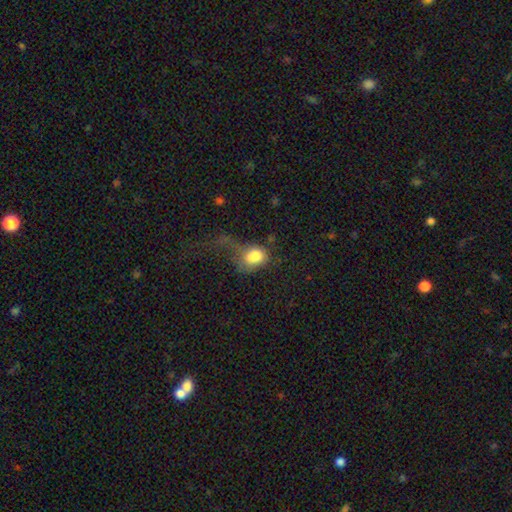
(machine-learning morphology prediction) Q: Smooth or featured?
A: smooth (78%); runner-up: featured or disk (13%)
Q: How rounded?
A: in between (69%); runner-up: round (30%)
Q: Merging?
A: major disturbance (57%); runner-up: none (19%)